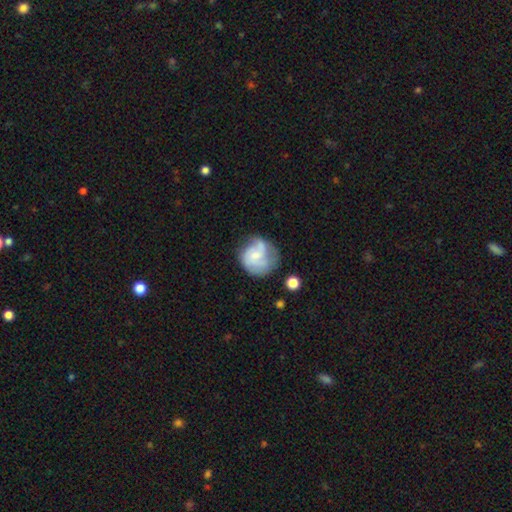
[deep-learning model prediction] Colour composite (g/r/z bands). It shows a featured or disk galaxy (63%) with no bar (64%), 2 (36%) medium (44%) spiral arms (86%) and a small central bulge (57%). Merging: none (54%).